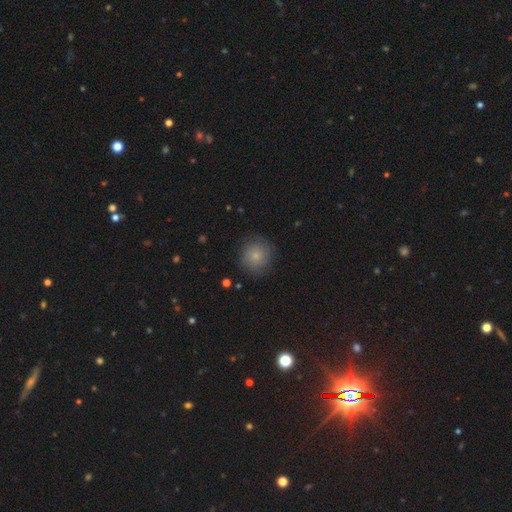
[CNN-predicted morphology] This is likely a smooth galaxy (76%). How rounded: clearly round (92%). Merging: likely none (79%).